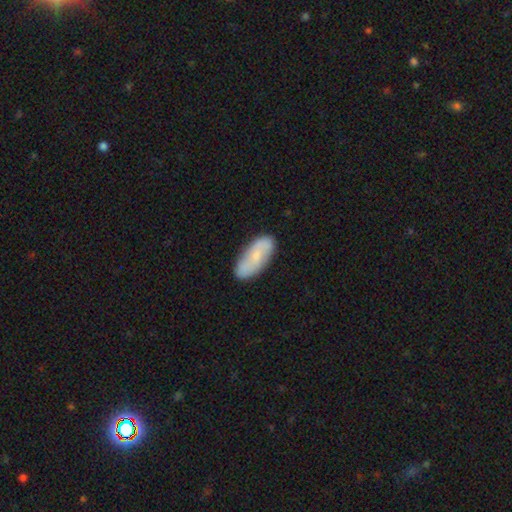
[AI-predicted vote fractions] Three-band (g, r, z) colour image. It shows a smooth galaxy with no disk features (58%) that is in between round and cigar-shaped (82%). Merging: none (81%).